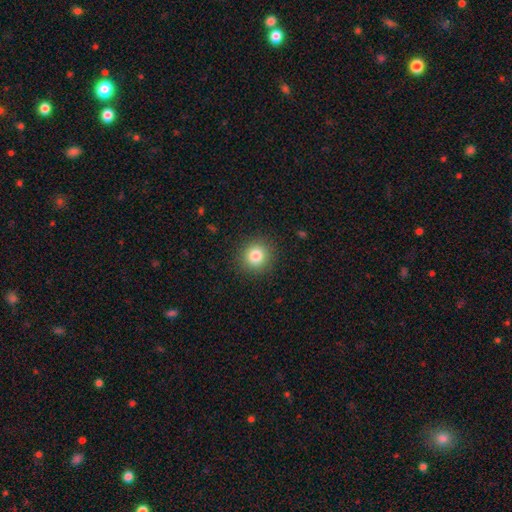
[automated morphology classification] type=smooth (82%); roundness=round (92%); merging=none (91%).